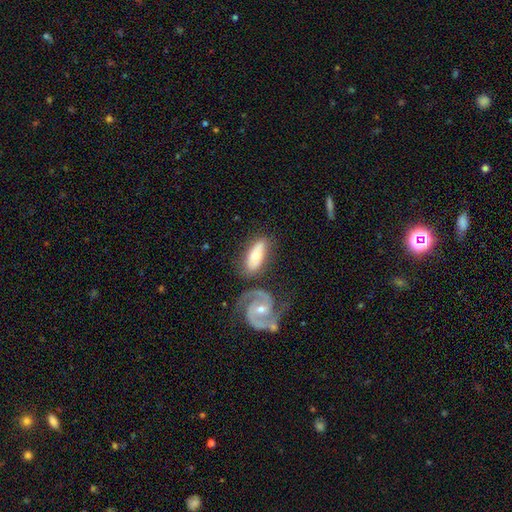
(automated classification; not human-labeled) Morphology: type=smooth (52%); roundness=in between (73%); merging=none (61%).